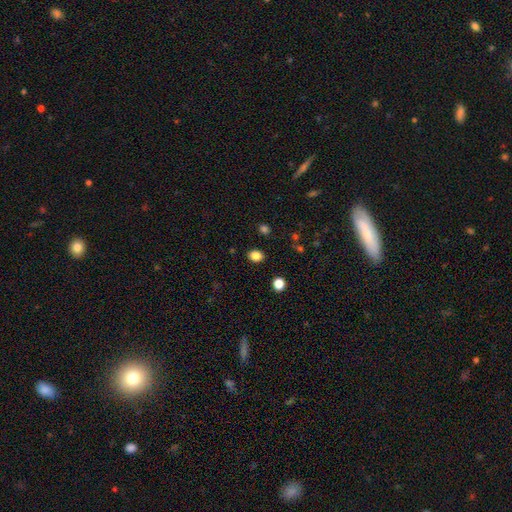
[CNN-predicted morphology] This appears to be a smooth galaxy with no disk features (85%) that is in between round and cigar-shaped (57%). Merging: none (88%).